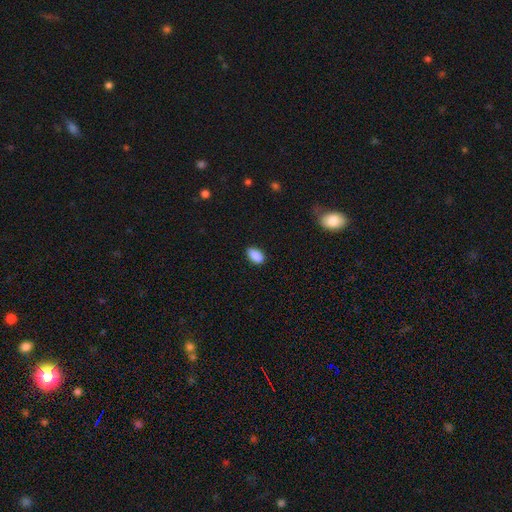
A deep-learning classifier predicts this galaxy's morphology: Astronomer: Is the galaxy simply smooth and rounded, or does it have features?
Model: smooth — 89%.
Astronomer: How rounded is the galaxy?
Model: in between — 92%.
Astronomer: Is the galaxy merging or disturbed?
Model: none — 84%.